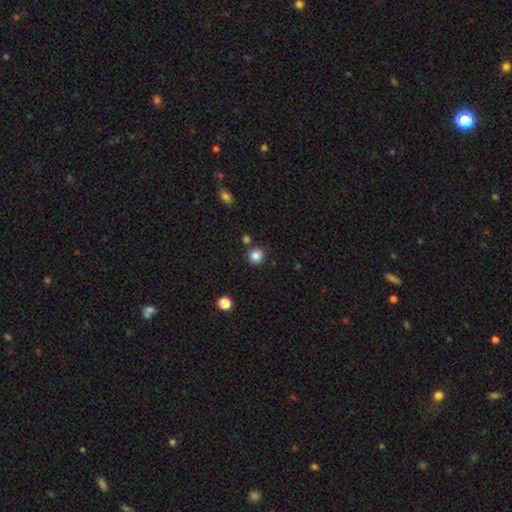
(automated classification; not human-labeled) Overall: smooth (85%). How rounded: round (92%). Merging: none (84%).